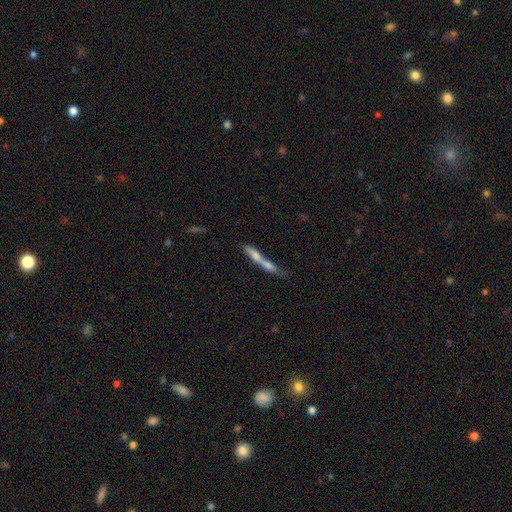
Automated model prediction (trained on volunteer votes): smooth_or_featured: smooth (p=0.54) [alt: featured or disk p=0.37]
how_rounded: cigar-shaped (p=0.86) [alt: in between p=0.12]
merging: merger (p=0.56) [alt: none p=0.26]